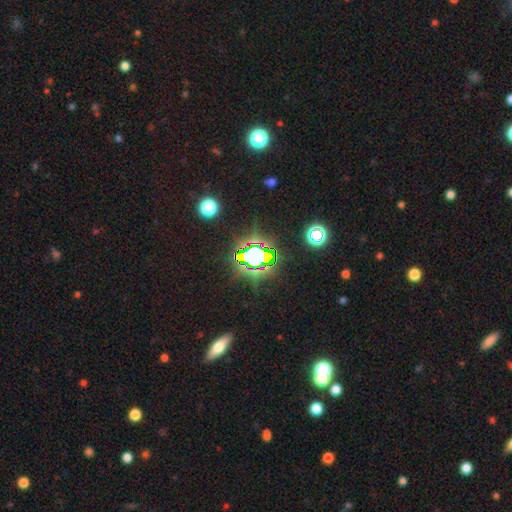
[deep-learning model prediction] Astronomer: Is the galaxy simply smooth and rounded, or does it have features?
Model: star or artifact — 71%.